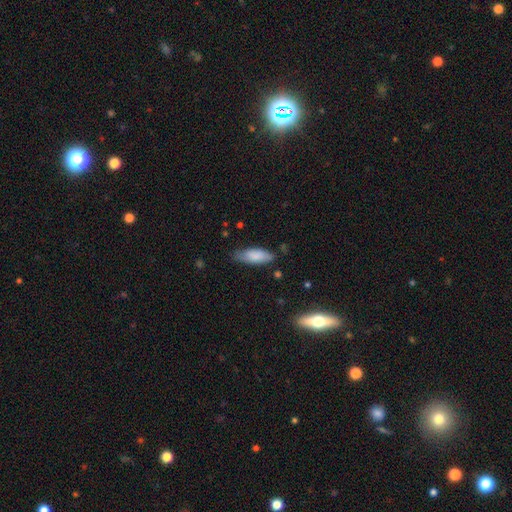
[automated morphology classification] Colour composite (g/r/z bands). It shows a smooth galaxy with no disk features (83%) that is in between round and cigar-shaped (67%). Merging: none (72%).